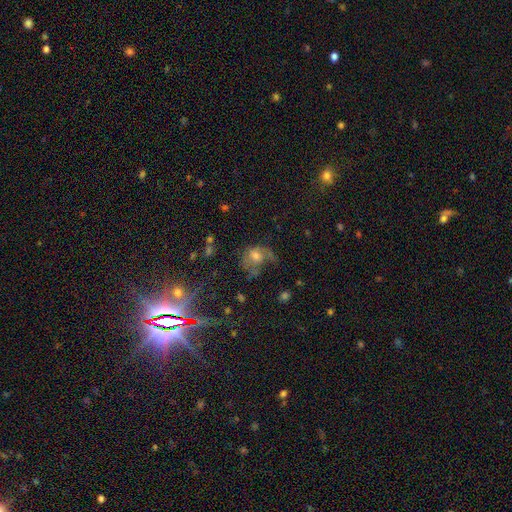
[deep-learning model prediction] Morphology: type=smooth (45%); merging=major disturbance (37%).